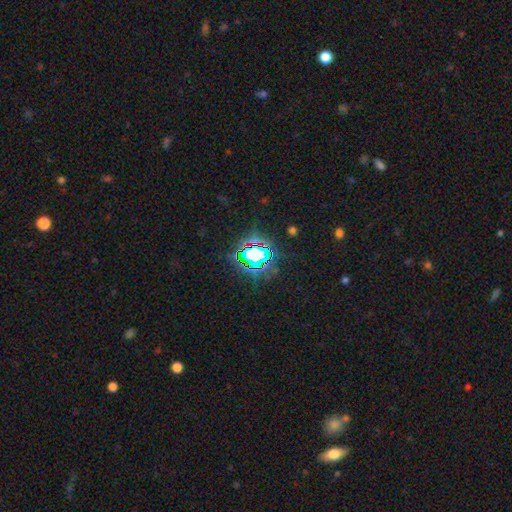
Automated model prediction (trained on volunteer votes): The model was most divided on "smooth or featured": star or artifact: 70%, smooth: 18%, featured or disk: 12%.